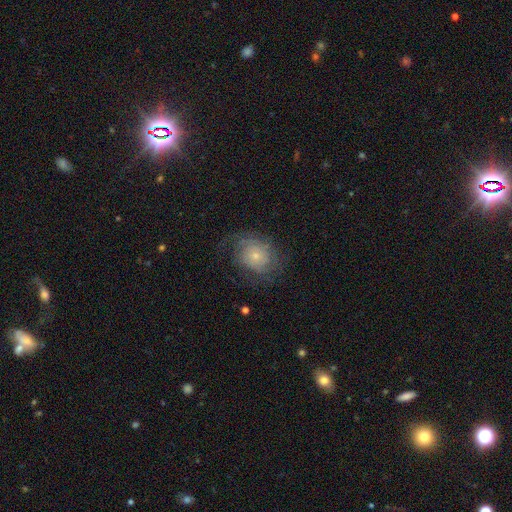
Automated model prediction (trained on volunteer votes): smooth-or-featured: featured or disk: 59% | smooth: 32% | star or artifact: 9%
  disk-edge-on: no: 97% | yes: 3%
    bar: no: 84% | weak: 14% | strong: 2%
    has-spiral-arms: yes: 81% | no: 19%
    bulge-size: small: 71% | moderate: 23% | large: 3% | none: 2% | dominant: 1%
  merging: none: 64% | minor disturbance: 19% | major disturbance: 16% | merger: 1%